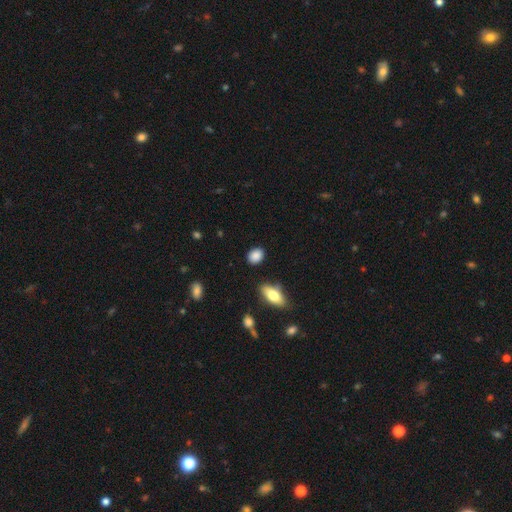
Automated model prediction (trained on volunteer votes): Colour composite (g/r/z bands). It shows a smooth galaxy with no disk features (88%) that is in between round and cigar-shaped (65%). Merging: none (86%).